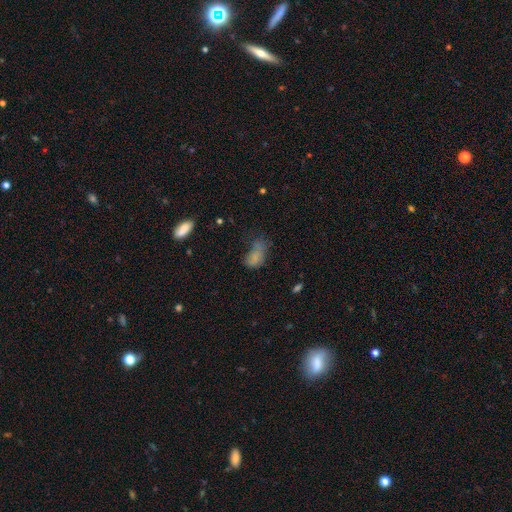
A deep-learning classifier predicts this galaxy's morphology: This is likely a smooth galaxy (69%). How rounded: clearly in between (87%). Merging: marginally major disturbance (34%).